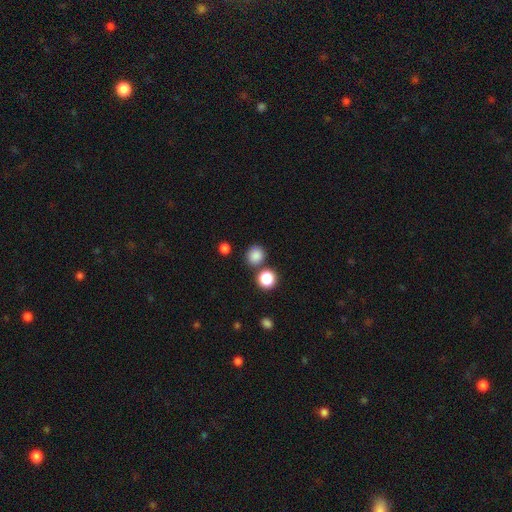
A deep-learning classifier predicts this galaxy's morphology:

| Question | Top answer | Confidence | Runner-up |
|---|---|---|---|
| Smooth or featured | smooth | 84% | star or artifact (12%) |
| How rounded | round | 83% | in between (16%) |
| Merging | none | 76% | merger (11%) |